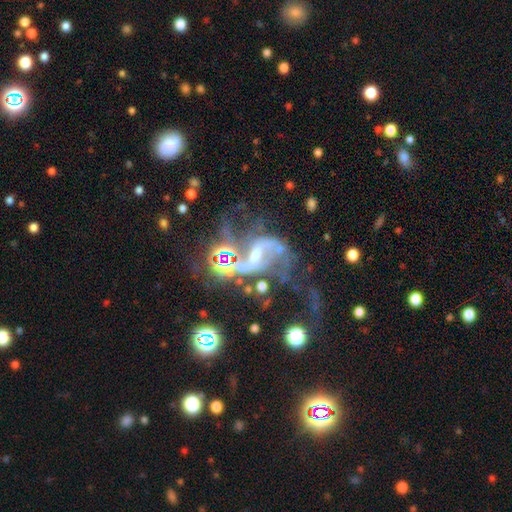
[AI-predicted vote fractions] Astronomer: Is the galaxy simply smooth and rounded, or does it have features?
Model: featured or disk — 75%.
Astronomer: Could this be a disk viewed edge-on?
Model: no — 97%.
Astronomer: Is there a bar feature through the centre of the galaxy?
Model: strong — 40%, tied with weak at 40%.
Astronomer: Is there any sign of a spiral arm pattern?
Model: yes — 89%.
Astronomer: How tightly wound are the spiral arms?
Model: loose — 61%.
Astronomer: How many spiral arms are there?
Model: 2 — 82%.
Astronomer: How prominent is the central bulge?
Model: moderate — 42% (runner-up: small, 36%).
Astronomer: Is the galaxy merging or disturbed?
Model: none — 36% (runner-up: major disturbance, 30%).